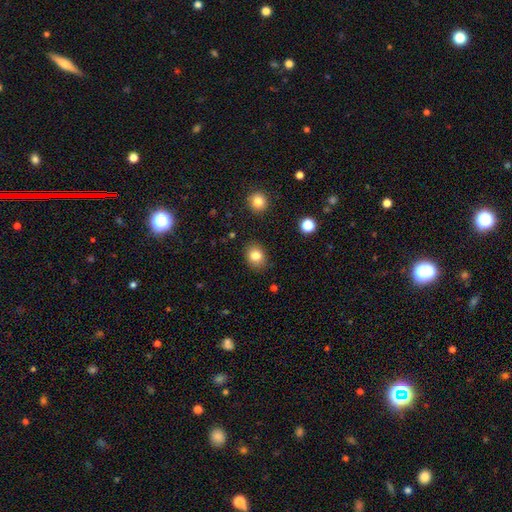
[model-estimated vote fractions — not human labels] Smooth or featured?
  - smooth: 81% *
  - star or artifact: 11%
  - featured or disk: 8%
How rounded?
  - round: 58% *
  - in between: 41%
  - cigar-shaped: 1%
Merging?
  - none: 87% *
  - minor disturbance: 9%
  - major disturbance: 2%
  - merger: 1%